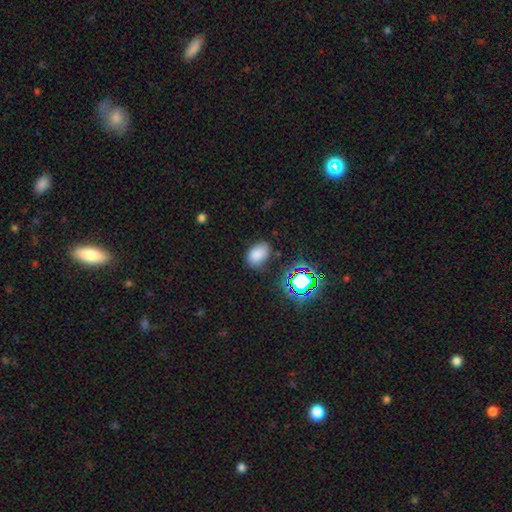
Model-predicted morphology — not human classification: type=smooth (76%); roundness=in between (82%); merging=none (70%).